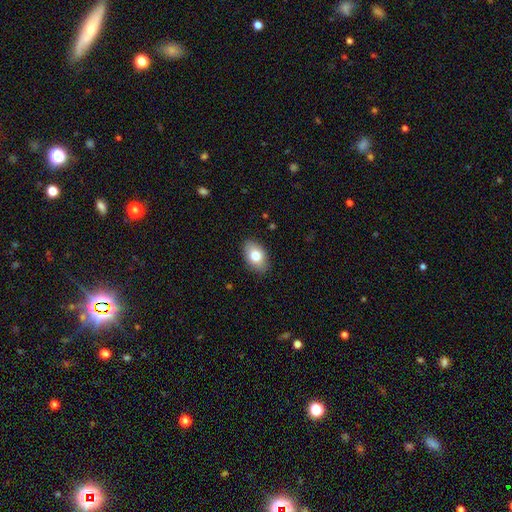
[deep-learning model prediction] This is likely a smooth galaxy (78%). How rounded: clearly in between (89%). Merging: clearly none (87%).